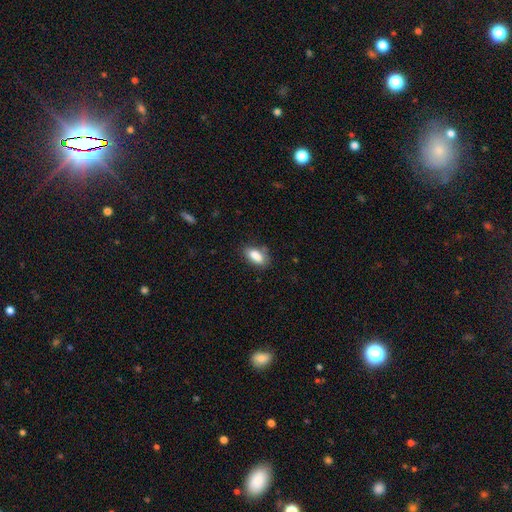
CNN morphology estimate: smooth 84%, featured or disk 8%, star or artifact 8%. Down the decision tree: how rounded — in between (88%); merging — none (72%).